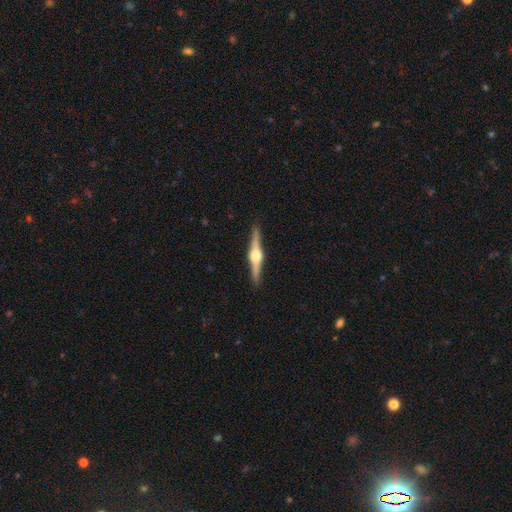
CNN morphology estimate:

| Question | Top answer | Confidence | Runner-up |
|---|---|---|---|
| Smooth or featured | featured or disk | 83% | smooth (12%) |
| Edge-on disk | yes | 98% | no (2%) |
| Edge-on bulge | rounded | 94% | boxy (4%) |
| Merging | none | 91% | minor disturbance (7%) |